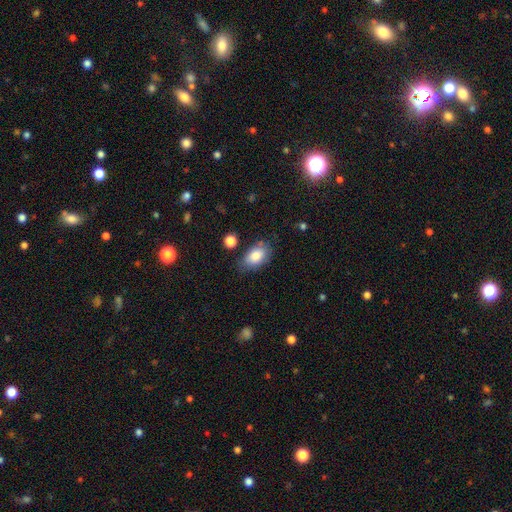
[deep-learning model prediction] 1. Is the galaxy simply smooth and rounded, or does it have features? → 83% smooth, 10% featured or disk, 7% star or artifact.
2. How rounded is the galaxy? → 90% in between, 8% round, 2% cigar-shaped.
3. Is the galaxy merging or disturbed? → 72% none, 20% minor disturbance, 5% major disturbance, 4% merger.